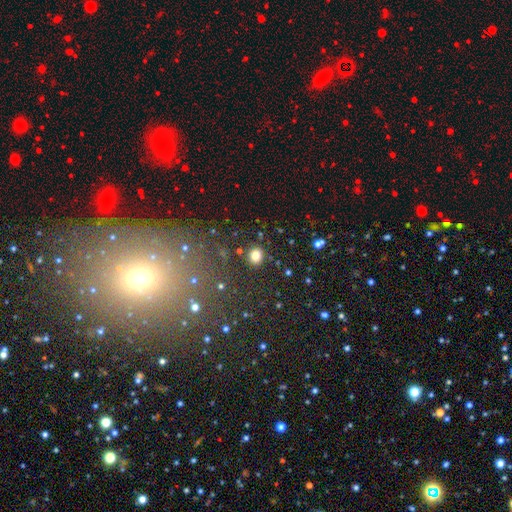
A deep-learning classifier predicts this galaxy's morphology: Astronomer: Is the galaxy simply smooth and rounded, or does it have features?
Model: smooth — 80%.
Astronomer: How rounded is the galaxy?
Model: round — 81%.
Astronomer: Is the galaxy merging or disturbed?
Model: none — 88%.